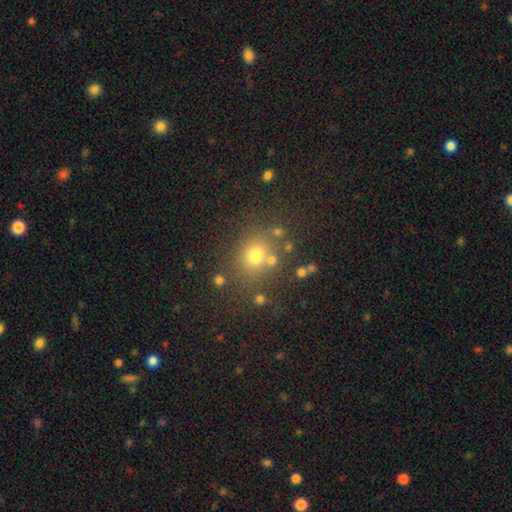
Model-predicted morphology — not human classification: This appears to be a smooth galaxy with no disk features (68%) that is round (76%). Merging: none (72%).